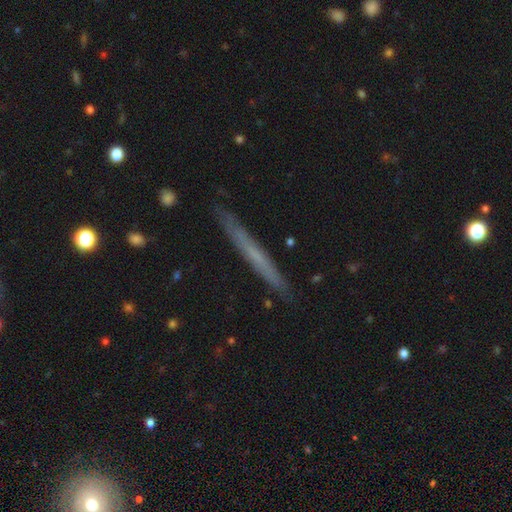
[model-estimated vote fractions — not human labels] Q: Smooth or featured?
A: featured or disk (48%); runner-up: smooth (44%)
Q: Merging?
A: none (89%); runner-up: minor disturbance (8%)